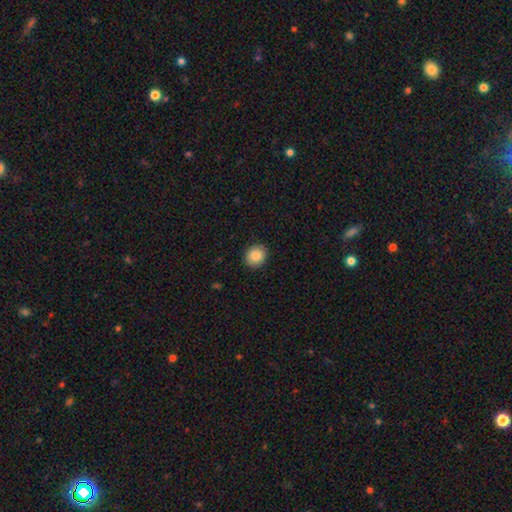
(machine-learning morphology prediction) A smooth galaxy with no disk features (87%) that is round (74%). Merging: none (91%).